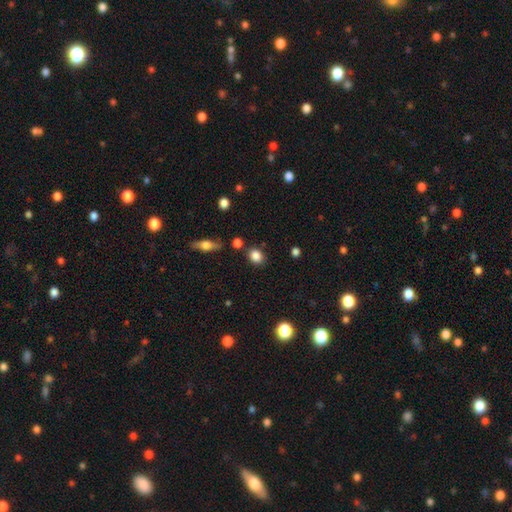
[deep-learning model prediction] Smooth or featured: smooth — 85% (star or artifact — 9%)
How rounded: round — 53% (in between — 45%)
Merging: none — 82% (minor disturbance — 10%)